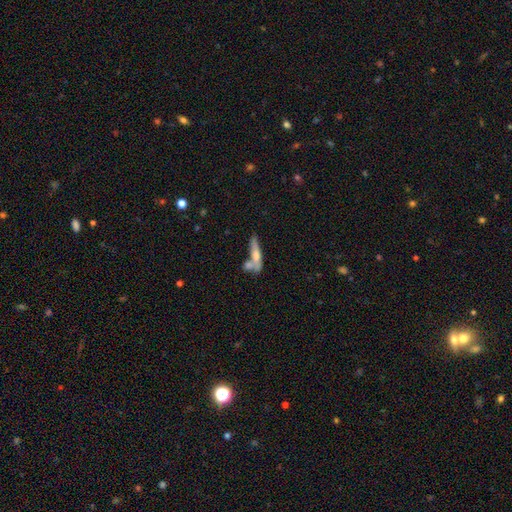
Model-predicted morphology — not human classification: The model was most divided on "smooth or featured": featured or disk: 49%, smooth: 43%, star or artifact: 7%. More confident: merging — none (50%).